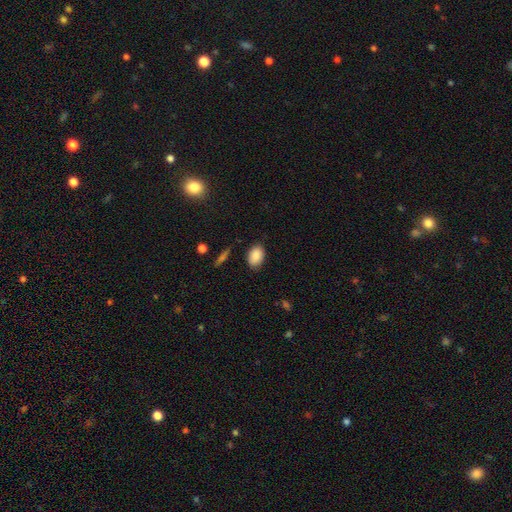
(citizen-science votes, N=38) Smooth or featured: smooth — 89% (featured or disk — 8%)
How rounded: in between — 76% (round — 21%)
Merging: none — 70% (minor disturbance — 16%)